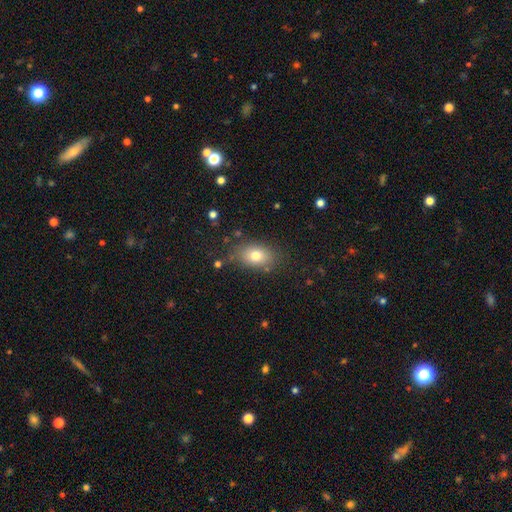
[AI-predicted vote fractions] A smooth galaxy with no disk features (77%) that is in between round and cigar-shaped (81%). Merging: none (78%).